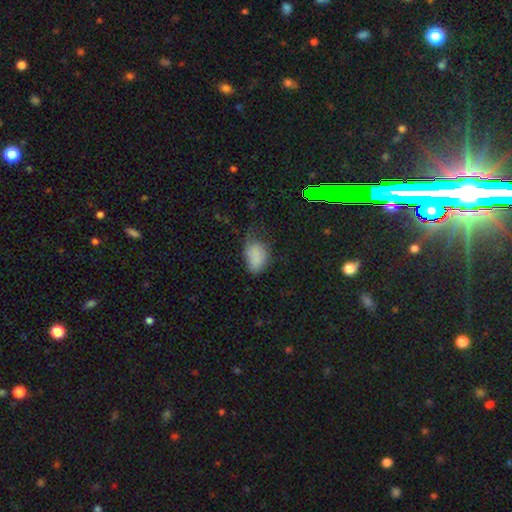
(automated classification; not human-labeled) smooth 80%, star or artifact 11%, featured or disk 9%. Down the decision tree: how rounded — in between (88%); merging — none (38%).